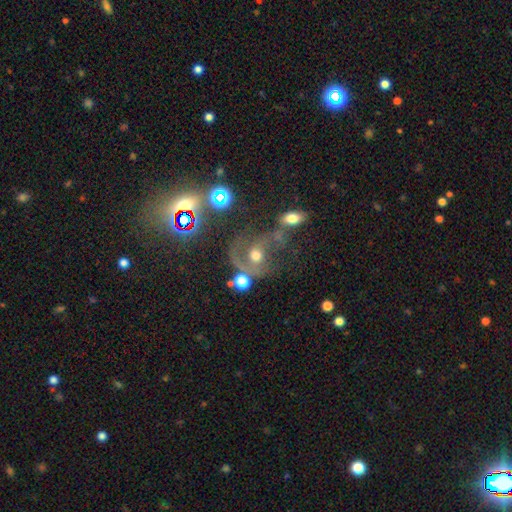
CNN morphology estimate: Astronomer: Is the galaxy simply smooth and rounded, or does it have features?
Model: featured or disk — 54%.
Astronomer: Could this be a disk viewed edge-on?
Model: no — 96%.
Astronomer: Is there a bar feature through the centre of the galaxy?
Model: no — 65%.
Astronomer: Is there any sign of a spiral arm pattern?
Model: yes — 72%.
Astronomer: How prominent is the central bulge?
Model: moderate — 64%.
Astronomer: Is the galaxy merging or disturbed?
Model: none — 41% (runner-up: merger, 22%).